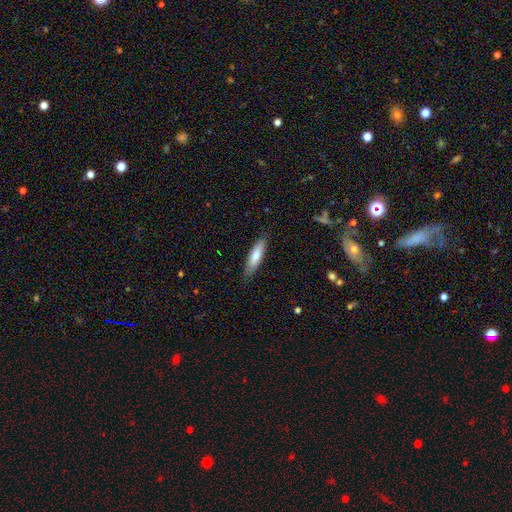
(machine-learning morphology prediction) Smooth or featured: smooth — 72% (featured or disk — 22%)
How rounded: cigar-shaped — 69% (in between — 30%)
Merging: none — 86% (minor disturbance — 11%)